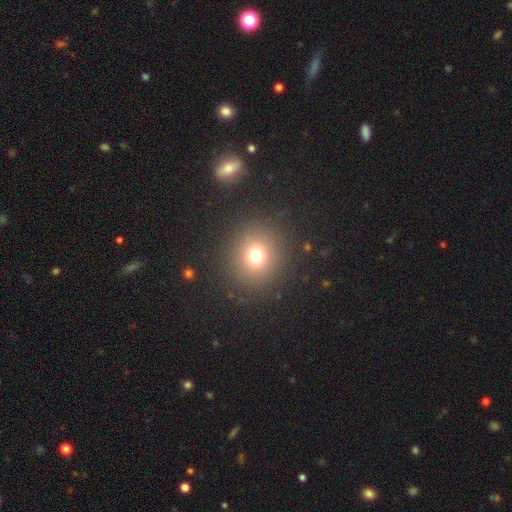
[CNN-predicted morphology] Overall: smooth (72%). How rounded: round (89%). Merging: none (88%).